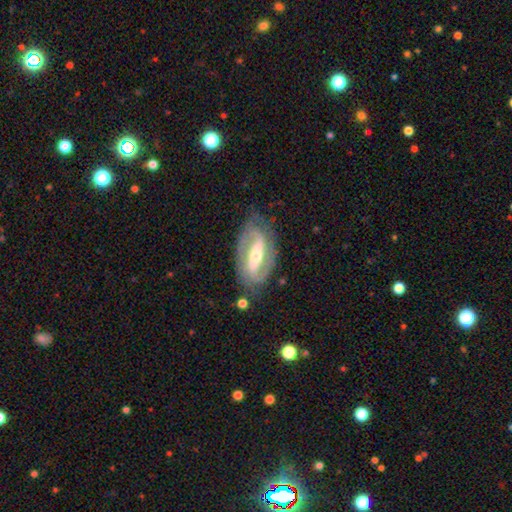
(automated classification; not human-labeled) A featured or disk galaxy (87%) with a strong bar (64%), 2 (88%) medium (45%) spiral arms (91%) and a moderate central bulge (57%). Merging: none (78%).